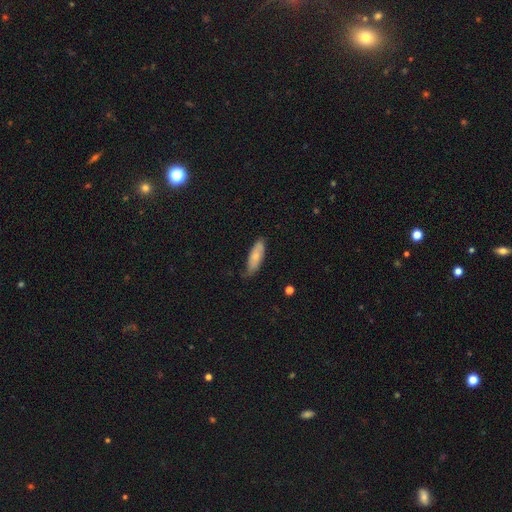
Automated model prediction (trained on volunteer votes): The model was most divided on "how rounded": in between: 57%, cigar-shaped: 41%, round: 2%. More confident: smooth or featured — smooth (73%); merging — none (68%).